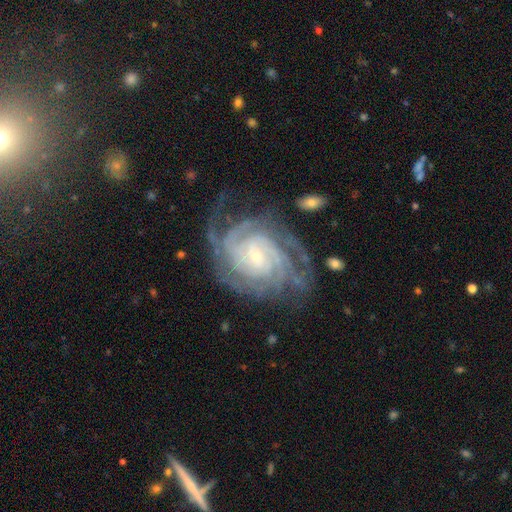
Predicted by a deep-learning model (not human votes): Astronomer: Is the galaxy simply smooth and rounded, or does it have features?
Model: featured or disk — 91%.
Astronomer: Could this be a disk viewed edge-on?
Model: no — 97%.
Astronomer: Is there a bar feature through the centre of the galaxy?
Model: no — 55% (runner-up: weak, 34%).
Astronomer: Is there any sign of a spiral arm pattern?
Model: yes — 98%.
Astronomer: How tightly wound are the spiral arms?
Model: tight — 75%.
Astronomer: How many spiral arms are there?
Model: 4 — 34% (runner-up: 3, 19%).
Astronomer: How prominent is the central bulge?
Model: small — 78%.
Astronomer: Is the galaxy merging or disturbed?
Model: none — 68%.